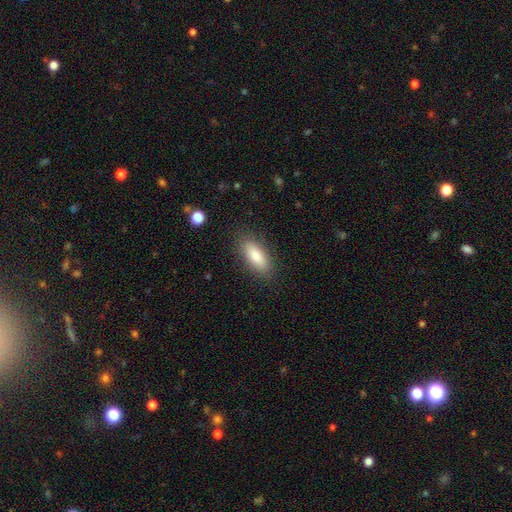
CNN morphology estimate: Smooth or featured? Predicted: smooth (p=0.82). How rounded? Predicted: in between (p=0.75). Merging? Predicted: none (p=0.85).